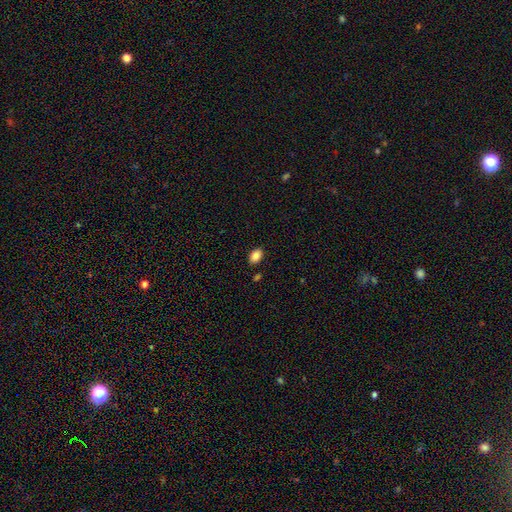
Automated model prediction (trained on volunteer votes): smooth 85%, star or artifact 9%, featured or disk 6%. Down the decision tree: how rounded — in between (87%); merging — none (86%).